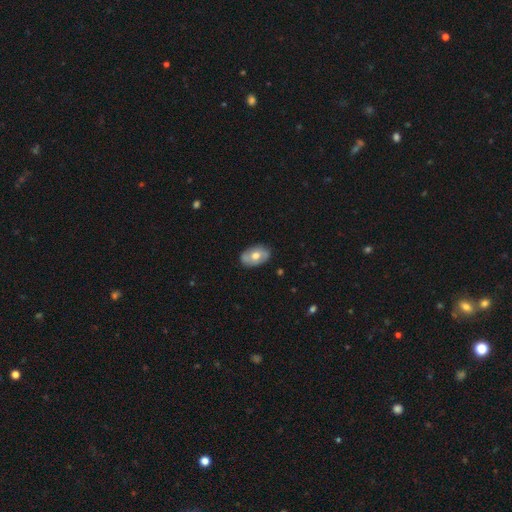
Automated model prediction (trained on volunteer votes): A smooth galaxy with no disk features (51%) that is in between round and cigar-shaped (86%). Merging: none (81%).